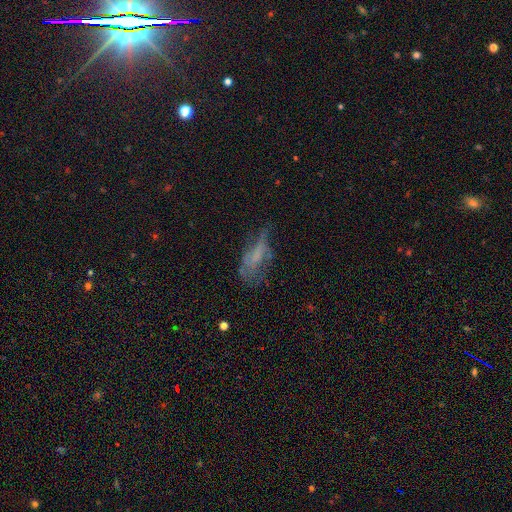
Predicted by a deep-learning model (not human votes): Smooth or featured? Predicted: featured or disk (p=0.43). Merging? Predicted: major disturbance (p=0.37).